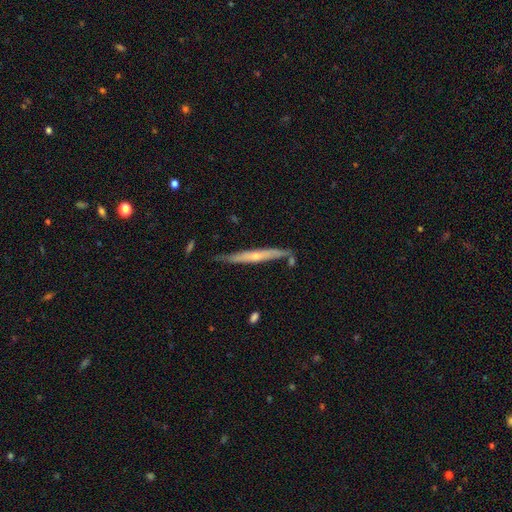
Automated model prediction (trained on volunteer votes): This appears to be a featured or disk galaxy (63%) viewed edge-on (92%) with a rounded central bulge (57%). Merging: none (74%).